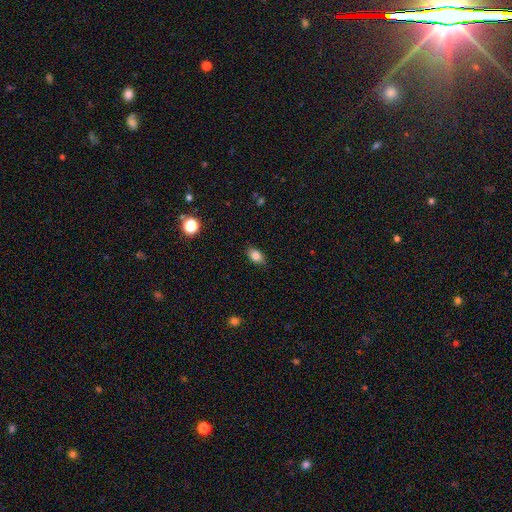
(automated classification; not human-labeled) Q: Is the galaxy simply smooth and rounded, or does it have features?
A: smooth — 84%.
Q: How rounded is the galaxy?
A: in between — 84%.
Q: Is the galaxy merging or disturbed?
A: none — 85%.